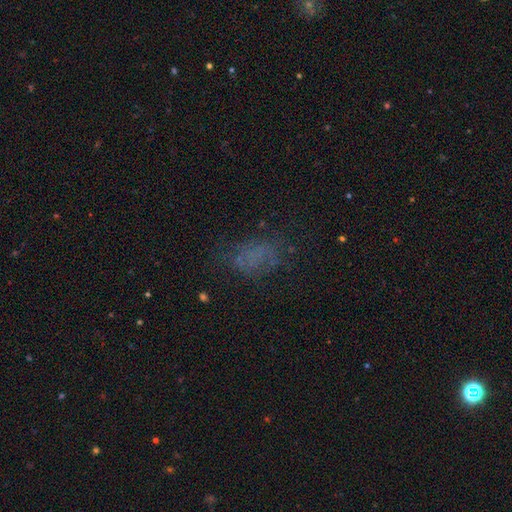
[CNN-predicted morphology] type=smooth (49%); merging=none (58%).